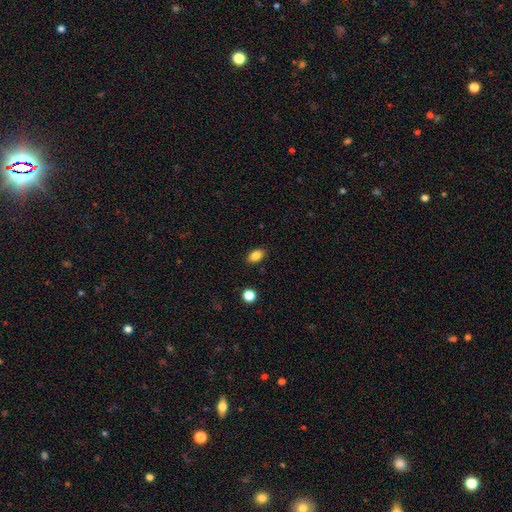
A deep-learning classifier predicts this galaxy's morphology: smooth-or-featured: smooth: 85% | star or artifact: 10% | featured or disk: 5%
  how-rounded: in between: 85% | round: 13% | cigar-shaped: 2%
  merging: none: 88% | minor disturbance: 9% | major disturbance: 2% | merger: 1%